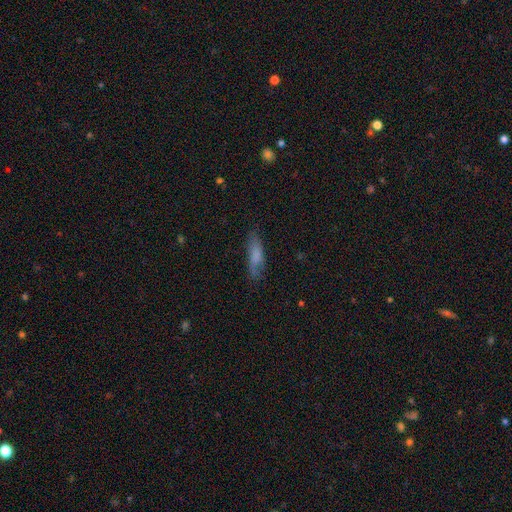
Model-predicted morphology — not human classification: Overall: smooth (73%). How rounded: cigar-shaped (59%; in between 40%). Merging: none (68%).